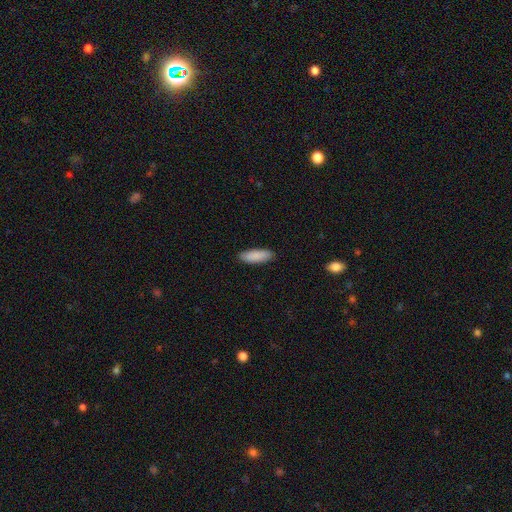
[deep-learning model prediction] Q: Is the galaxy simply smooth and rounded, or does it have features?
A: smooth — 88%.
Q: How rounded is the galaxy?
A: in between — 60%.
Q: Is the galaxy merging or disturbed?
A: none — 88%.